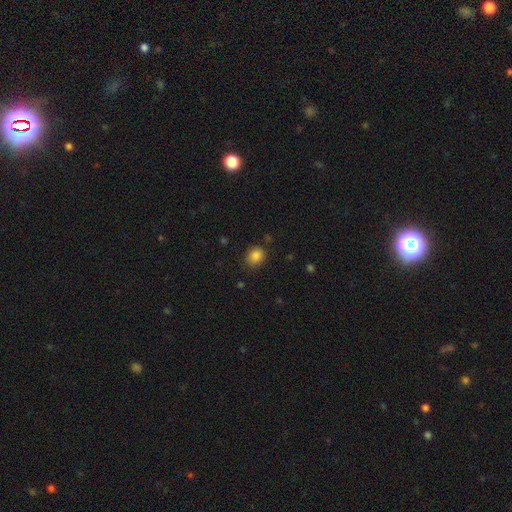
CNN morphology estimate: A smooth galaxy with no disk features (85%) that is round (60%). Merging: none (77%).